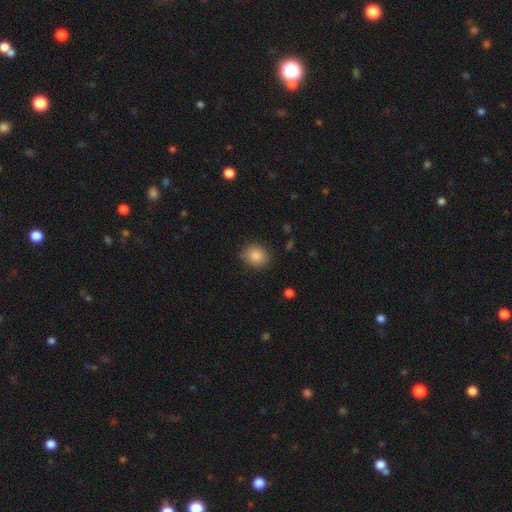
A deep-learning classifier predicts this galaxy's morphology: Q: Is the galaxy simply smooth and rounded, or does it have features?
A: smooth — 86%.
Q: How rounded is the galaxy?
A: round — 67%.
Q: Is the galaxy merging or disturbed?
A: none — 84%.